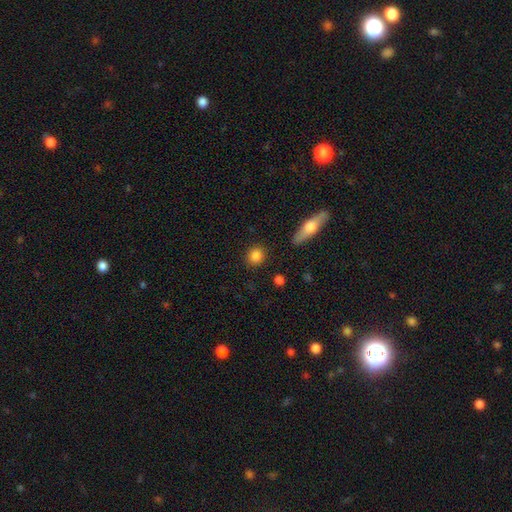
This is clearly a smooth galaxy (85%). How rounded: clearly round (88%). Merging: clearly none (92%).